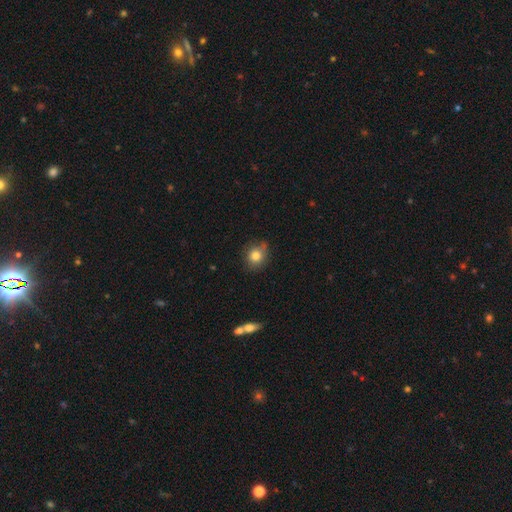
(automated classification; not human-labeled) Smooth or featured? smooth (80%)
How rounded? round (79%)
Merging? none (72%)